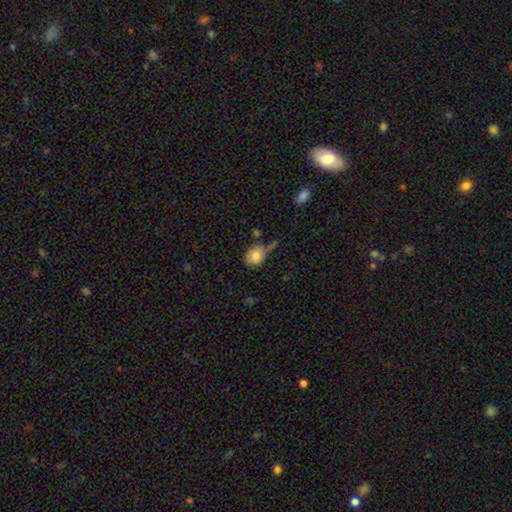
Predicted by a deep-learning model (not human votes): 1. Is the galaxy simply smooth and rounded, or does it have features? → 80% smooth, 12% featured or disk, 8% star or artifact.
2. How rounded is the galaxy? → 53% round, 45% in between, 1% cigar-shaped.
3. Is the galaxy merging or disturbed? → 45% none, 28% minor disturbance, 14% major disturbance, 13% merger.